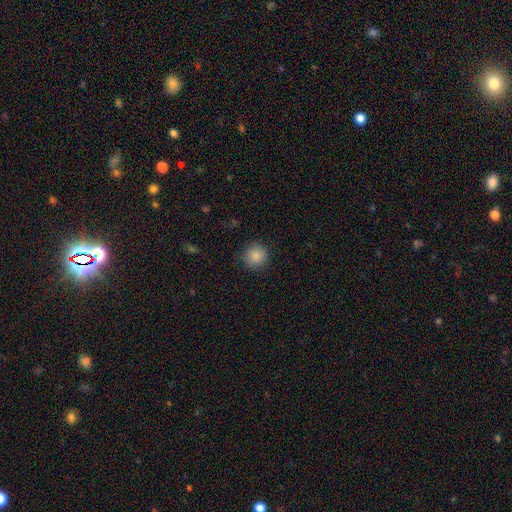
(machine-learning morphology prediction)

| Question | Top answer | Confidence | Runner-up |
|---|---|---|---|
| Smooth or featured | smooth | 85% | star or artifact (10%) |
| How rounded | round | 94% | in between (6%) |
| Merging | none | 89% | minor disturbance (7%) |